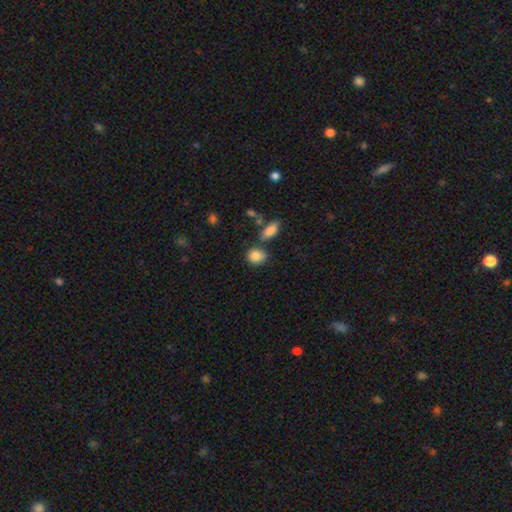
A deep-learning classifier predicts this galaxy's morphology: Q: Smooth or featured?
A: smooth (86%); runner-up: star or artifact (8%)
Q: How rounded?
A: round (55%); runner-up: in between (43%)
Q: Merging?
A: none (60%); runner-up: minor disturbance (18%)